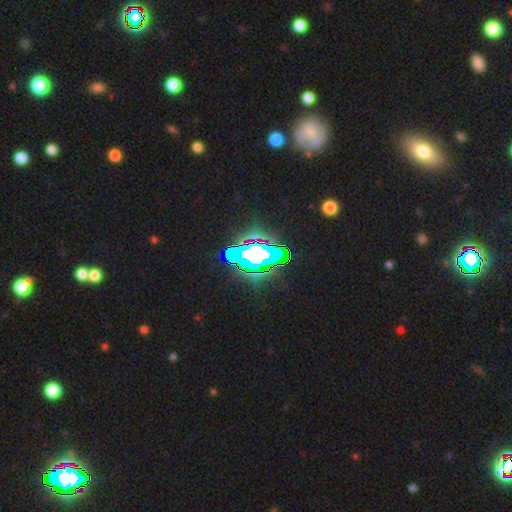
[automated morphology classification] A star or artifact, not a galaxy (58%).